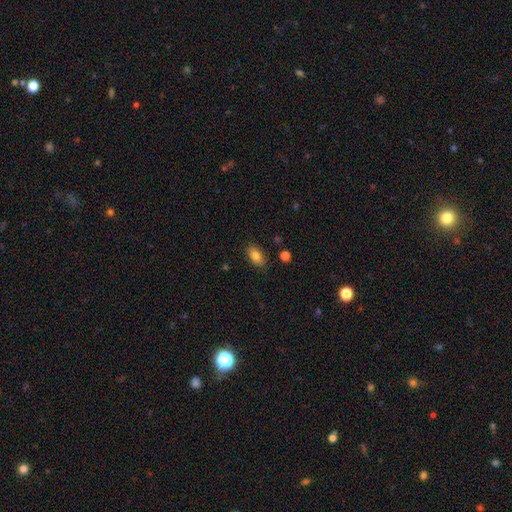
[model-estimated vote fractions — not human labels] The model was most divided on "smooth or featured": smooth: 82%, featured or disk: 10%, star or artifact: 9%. More confident: how rounded — in between (90%); merging — none (85%).